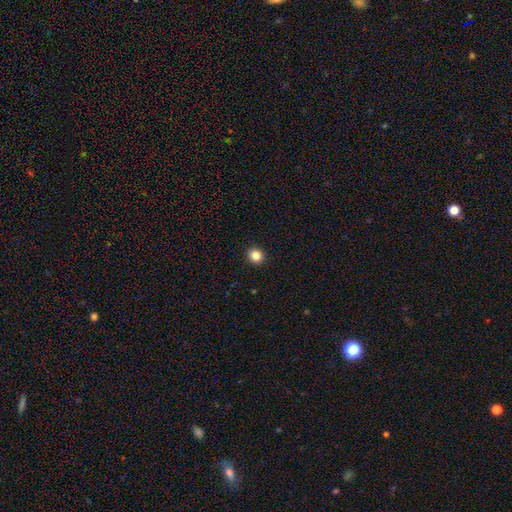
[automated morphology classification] Overall: smooth (85%). How rounded: round (89%). Merging: none (93%).